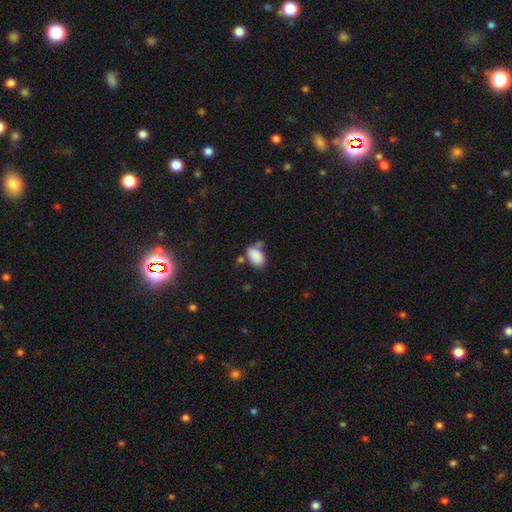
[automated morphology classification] Q: Smooth or featured?
A: smooth (86%); runner-up: star or artifact (9%)
Q: How rounded?
A: in between (89%); runner-up: round (9%)
Q: Merging?
A: none (53%); runner-up: minor disturbance (21%)